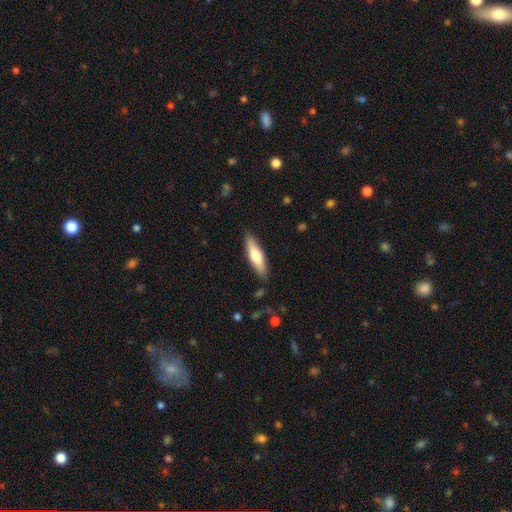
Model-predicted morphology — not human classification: Smooth or featured?
  - smooth: 61% *
  - featured or disk: 34%
  - star or artifact: 5%
How rounded?
  - cigar-shaped: 65% *
  - in between: 33%
  - round: 2%
Merging?
  - none: 86% *
  - minor disturbance: 11%
  - major disturbance: 2%
  - merger: 1%